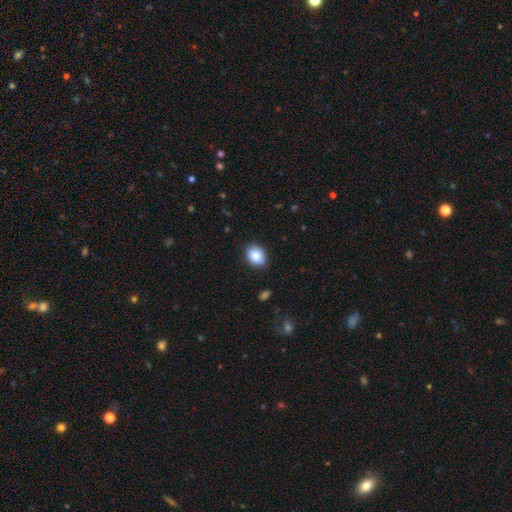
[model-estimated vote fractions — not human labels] Morphology: type=smooth (84%); roundness=in between (52%); merging=none (84%).